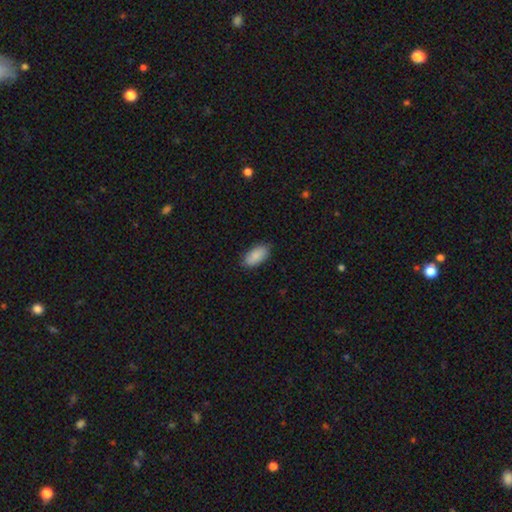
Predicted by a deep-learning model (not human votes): Smooth or featured: smooth — 89% (star or artifact — 6%)
How rounded: in between — 93% (cigar-shaped — 5%)
Merging: none — 84% (minor disturbance — 13%)